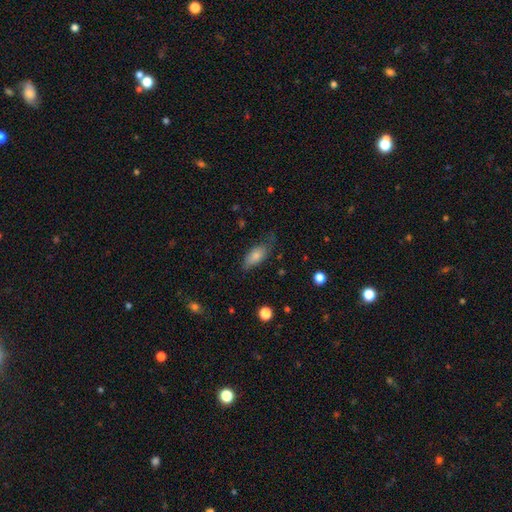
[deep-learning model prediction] This is likely a smooth galaxy (78%). How rounded: clearly in between (83%). Merging: possibly none (58%).